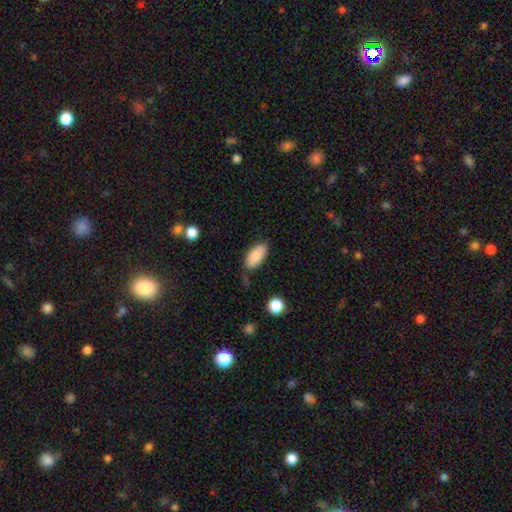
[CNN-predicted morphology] type=smooth (86%); roundness=in between (91%); merging=none (71%).